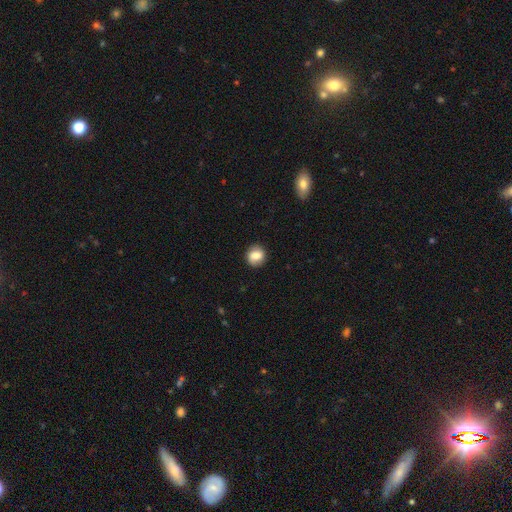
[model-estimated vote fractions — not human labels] Smooth or featured? Predicted: smooth (p=0.77). How rounded? Predicted: round (p=0.82). Merging? Predicted: none (p=0.88).